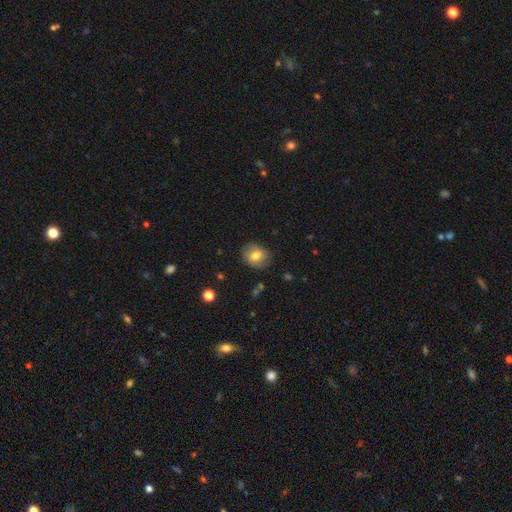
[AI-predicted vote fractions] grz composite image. It shows a smooth galaxy with no disk features (73%) that is round (63%). Merging: none (84%).